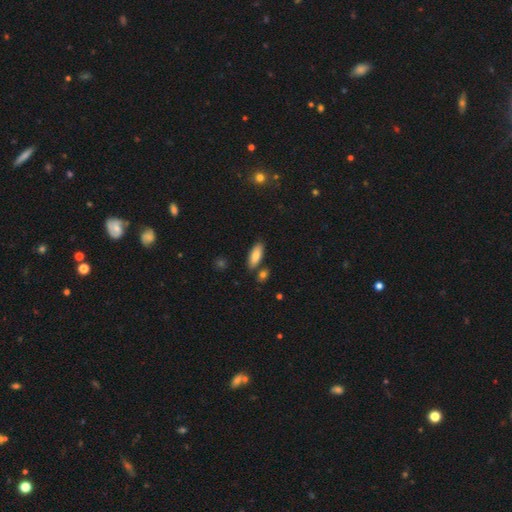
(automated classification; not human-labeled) A smooth galaxy with no disk features (84%) that is in between round and cigar-shaped (71%). Merging: none (81%).